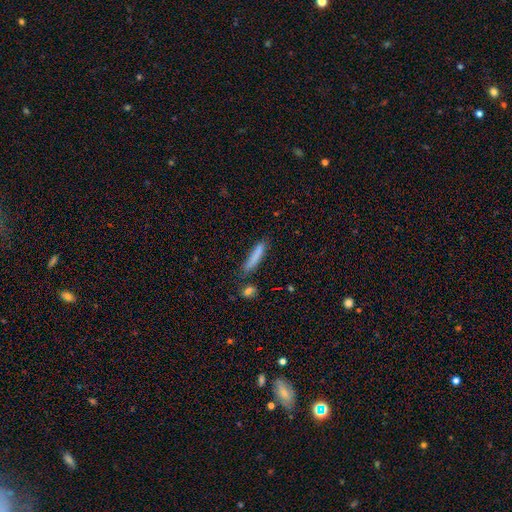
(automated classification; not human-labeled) smooth-or-featured: smooth: 80% | featured or disk: 13% | star or artifact: 7%
  how-rounded: cigar-shaped: 89% | in between: 9% | round: 2%
  merging: none: 73% | minor disturbance: 18% | merger: 5% | major disturbance: 4%